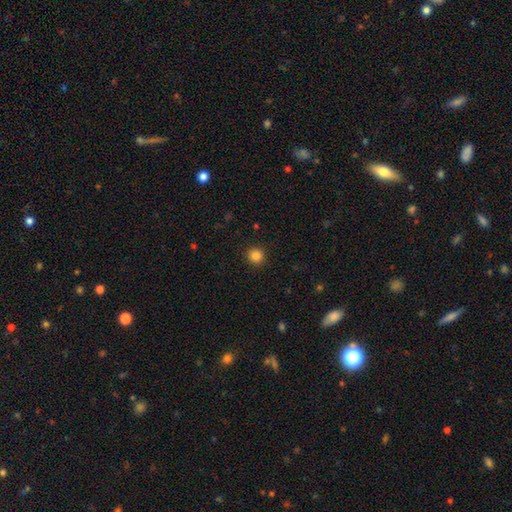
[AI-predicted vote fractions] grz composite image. It shows a smooth galaxy with no disk features (85%) that is round (94%). Merging: none (92%).